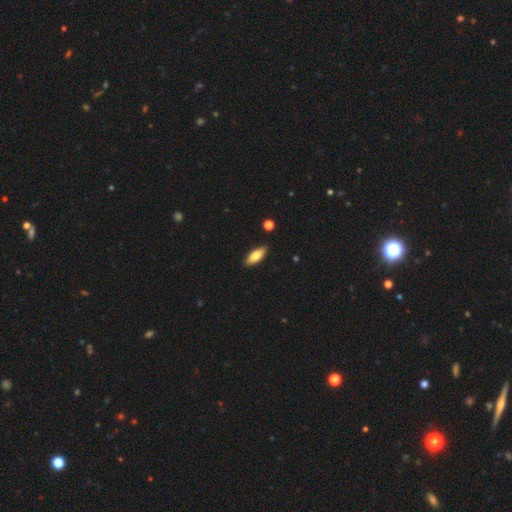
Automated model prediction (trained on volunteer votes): This is likely a smooth galaxy (77%). How rounded: likely in between (75%). Merging: clearly none (89%).